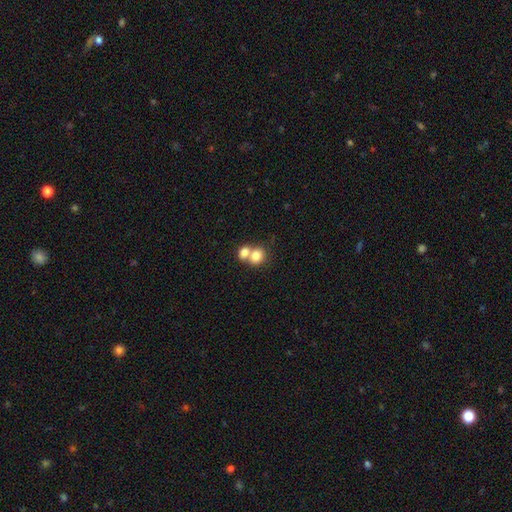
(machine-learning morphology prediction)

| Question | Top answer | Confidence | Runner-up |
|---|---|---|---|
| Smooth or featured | smooth | 79% | featured or disk (12%) |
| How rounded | round | 58% | in between (41%) |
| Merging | merger | 66% | none (26%) |